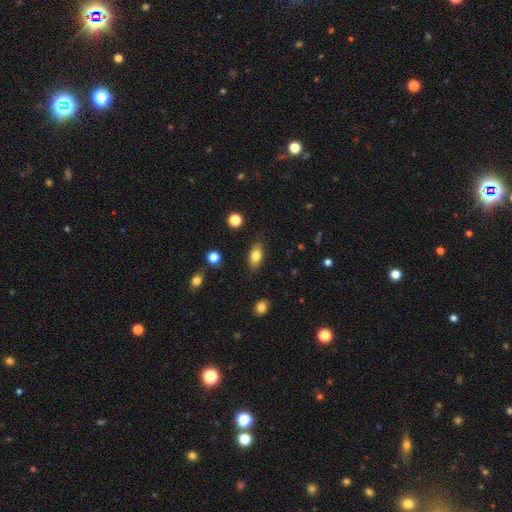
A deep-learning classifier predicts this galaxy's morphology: Smooth or featured? Predicted: smooth (p=0.79). How rounded? Predicted: in between (p=0.86). Merging? Predicted: none (p=0.84).